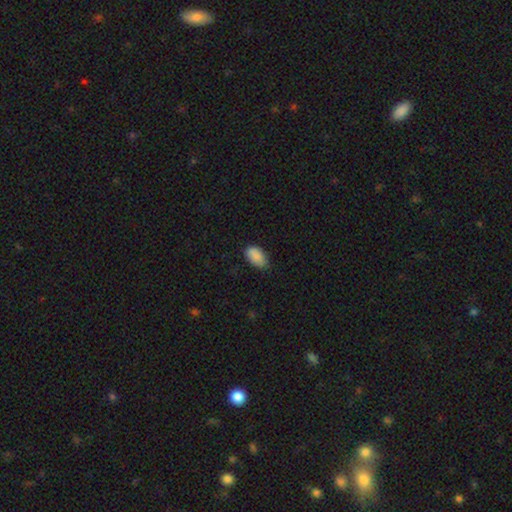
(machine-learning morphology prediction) This is clearly a smooth galaxy (88%). How rounded: clearly in between (93%). Merging: likely none (67%).